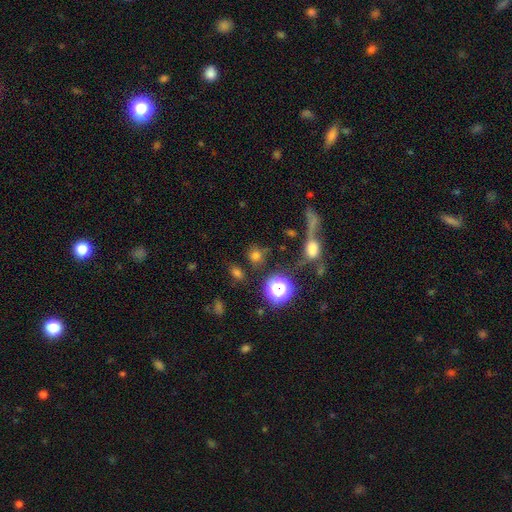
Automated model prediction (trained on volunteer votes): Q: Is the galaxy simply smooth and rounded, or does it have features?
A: smooth — 65%.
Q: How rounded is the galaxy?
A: round — 75%.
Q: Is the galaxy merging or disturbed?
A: none — 65%.